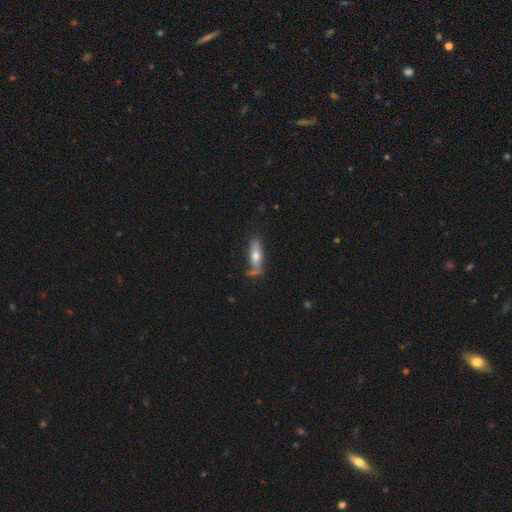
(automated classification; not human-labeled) smooth-or-featured: smooth: 62% | featured or disk: 32% | star or artifact: 7%
  how-rounded: cigar-shaped: 49% | in between: 48% | round: 3%
  merging: none: 59% | minor disturbance: 21% | merger: 12% | major disturbance: 8%